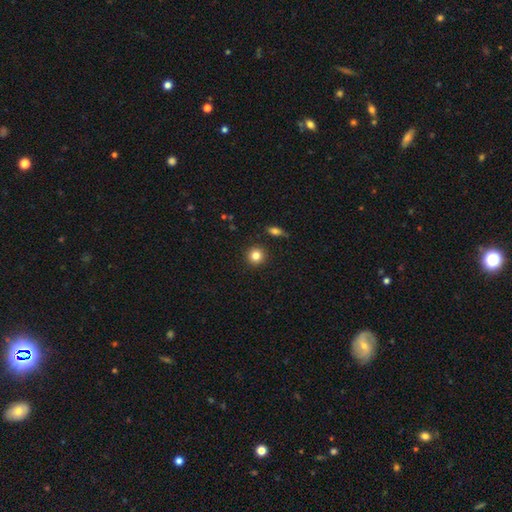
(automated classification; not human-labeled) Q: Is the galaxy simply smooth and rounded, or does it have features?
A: smooth — 83%.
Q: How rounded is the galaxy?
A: round — 93%.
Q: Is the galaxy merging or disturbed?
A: none — 91%.